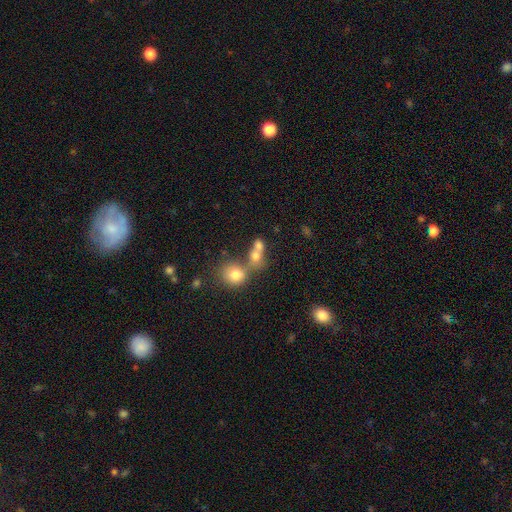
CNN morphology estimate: The model was most divided on "how rounded": round: 54%, in between: 43%, cigar-shaped: 3%. More confident: smooth or featured — smooth (70%); merging — merger (58%).